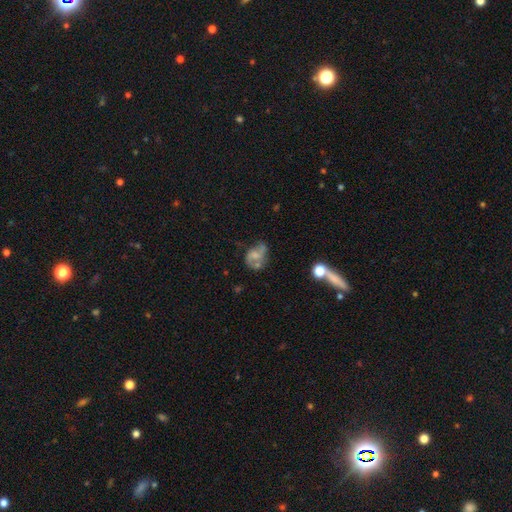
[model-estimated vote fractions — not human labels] Smooth or featured: featured or disk — 56% (smooth — 34%)
Edge-on disk: no — 97% (yes — 3%)
Bar: no — 68% (weak — 26%)
Spiral arms: yes — 70% (no — 30%)
Bulge size: moderate — 37% (small — 32%)
Merging: none — 41% (minor disturbance — 24%)